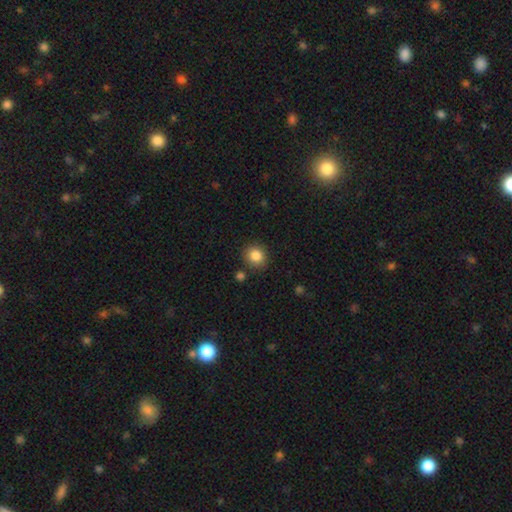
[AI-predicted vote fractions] Smooth or featured? smooth (85%)
How rounded? round (82%)
Merging? none (85%)